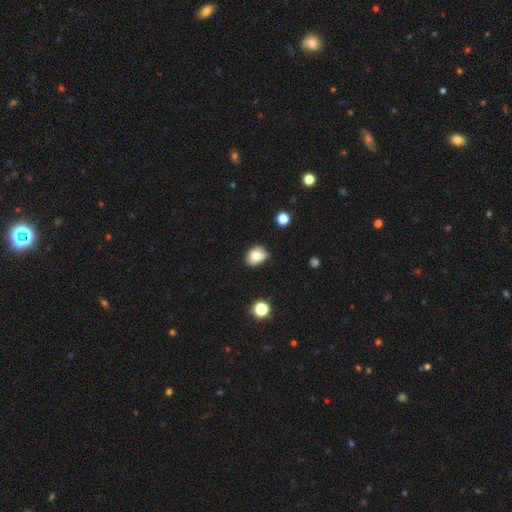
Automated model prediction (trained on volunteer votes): Morphology: type=smooth (76%); roundness=in between (59%); merging=none (53%).